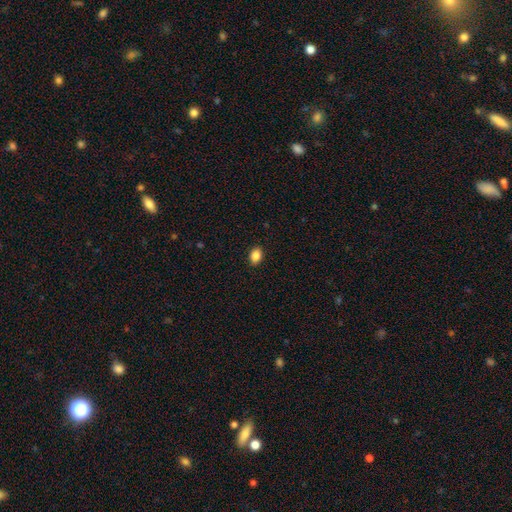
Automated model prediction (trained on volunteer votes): Morphology: type=smooth (87%); roundness=in between (79%); merging=none (90%).